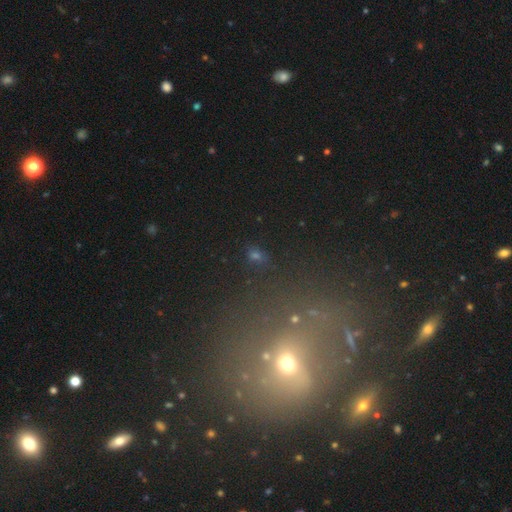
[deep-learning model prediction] Overall: smooth (45%; star or artifact 41%). Merging: none (73%).